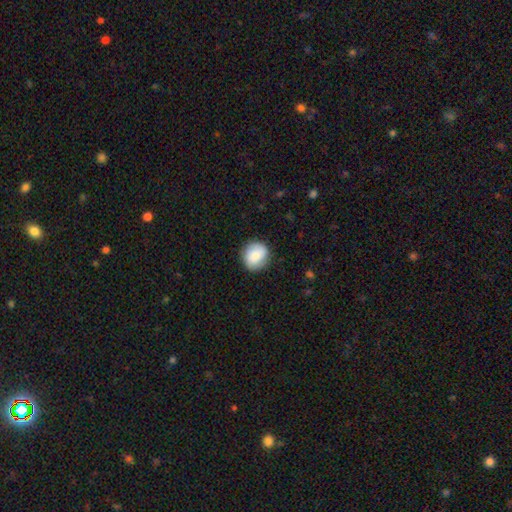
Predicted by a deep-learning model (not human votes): Smooth or featured? smooth (81%)
How rounded? round (84%)
Merging? none (86%)